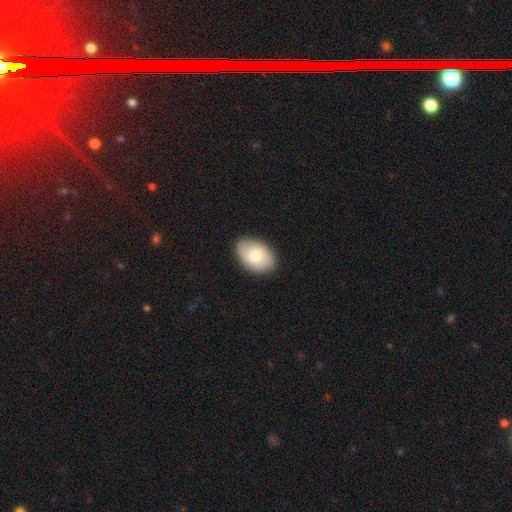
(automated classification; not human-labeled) This is possibly a smooth galaxy (57%). How rounded: clearly in between (84%). Merging: clearly none (83%).